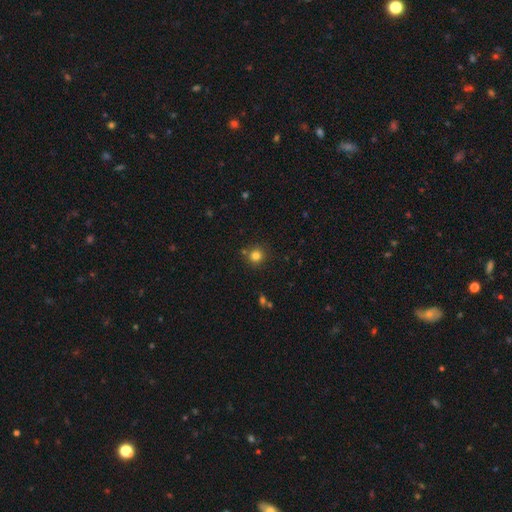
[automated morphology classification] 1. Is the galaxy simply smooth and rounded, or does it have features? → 80% smooth, 14% star or artifact, 6% featured or disk.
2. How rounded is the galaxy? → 92% round, 7% in between, 1% cigar-shaped.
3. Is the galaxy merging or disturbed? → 82% none, 9% minor disturbance, 7% merger, 3% major disturbance.